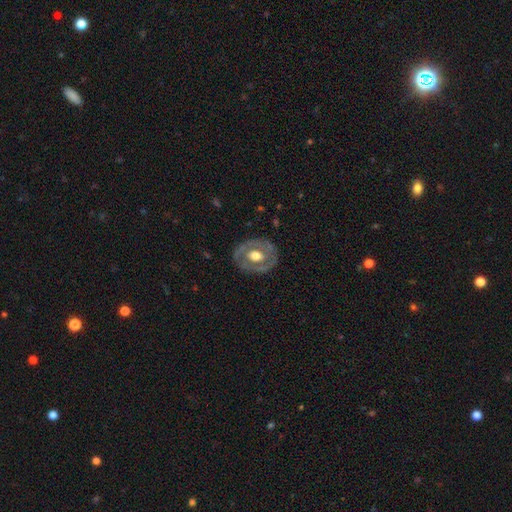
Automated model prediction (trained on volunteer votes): Smooth or featured: featured or disk — 68% (smooth — 28%)
Edge-on disk: no — 95% (yes — 5%)
Bar: no — 65% (weak — 25%)
Spiral arms: no — 64% (yes — 36%)
Bulge size: moderate — 62% (large — 30%)
Merging: none — 80% (minor disturbance — 14%)